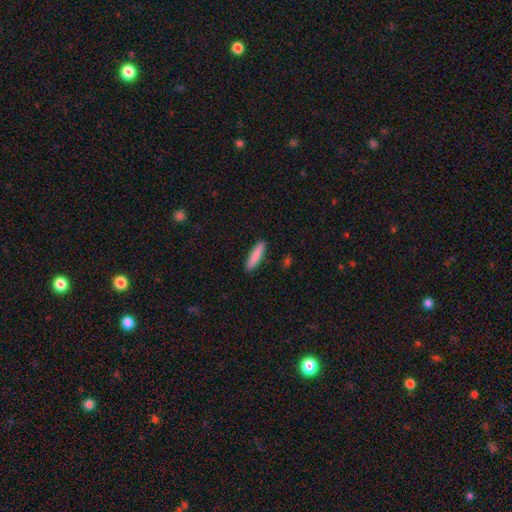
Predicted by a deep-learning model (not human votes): Q: Smooth or featured?
A: smooth (86%); runner-up: featured or disk (9%)
Q: How rounded?
A: cigar-shaped (83%); runner-up: in between (16%)
Q: Merging?
A: none (89%); runner-up: minor disturbance (8%)